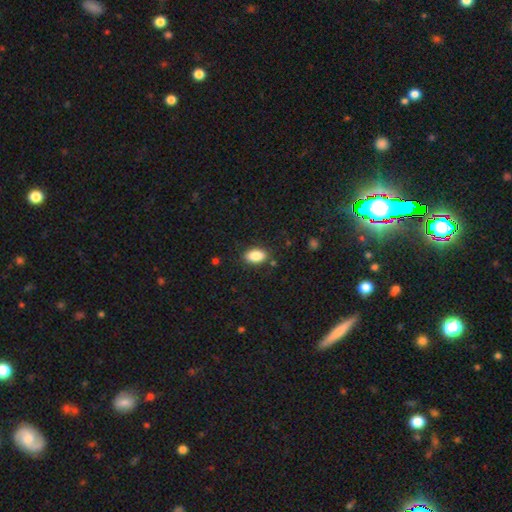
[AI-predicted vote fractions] Smooth or featured? Predicted: smooth (p=0.87). How rounded? Predicted: in between (p=0.92). Merging? Predicted: none (p=0.86).